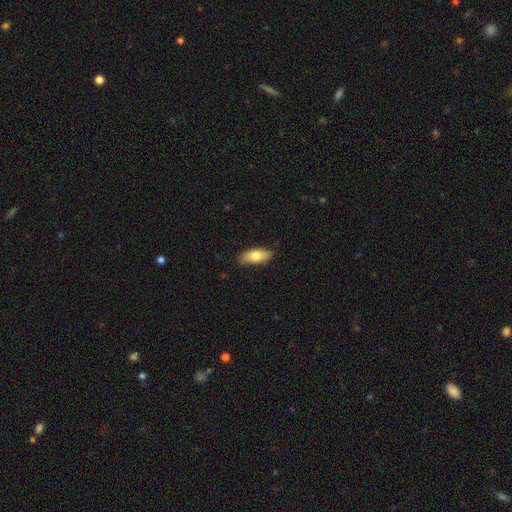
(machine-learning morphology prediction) Q: Smooth or featured?
A: smooth (74%); runner-up: featured or disk (20%)
Q: How rounded?
A: in between (83%); runner-up: cigar-shaped (15%)
Q: Merging?
A: none (85%); runner-up: minor disturbance (13%)